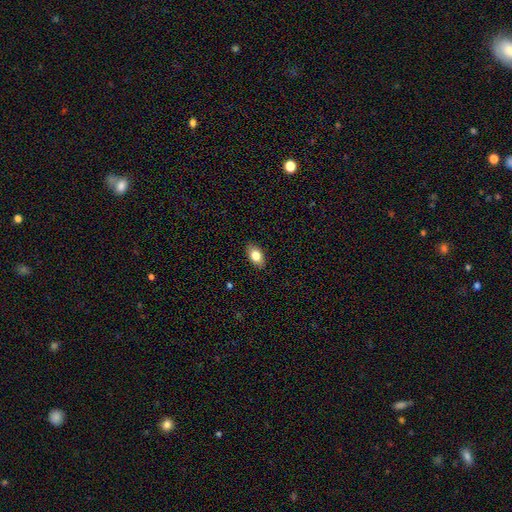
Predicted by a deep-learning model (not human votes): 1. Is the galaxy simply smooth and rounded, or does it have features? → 81% smooth, 11% featured or disk, 8% star or artifact.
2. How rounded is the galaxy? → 88% in between, 10% round, 2% cigar-shaped.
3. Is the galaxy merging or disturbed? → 87% none, 10% minor disturbance, 2% major disturbance, 1% merger.